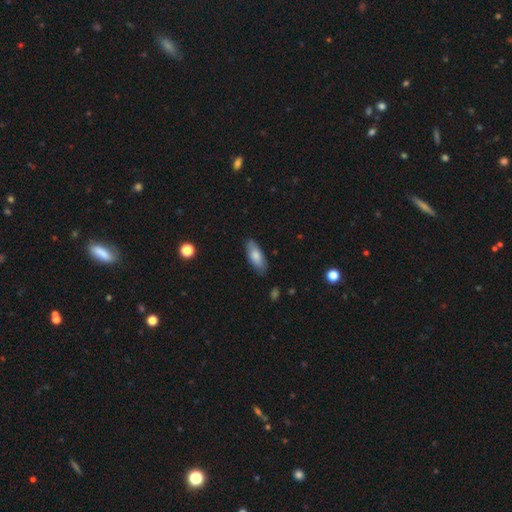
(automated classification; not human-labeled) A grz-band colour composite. It shows a smooth galaxy with no disk features (78%) that is in between round and cigar-shaped (77%). Merging: none (83%).